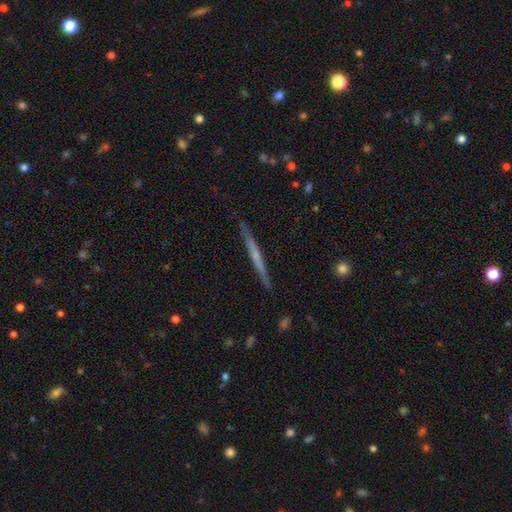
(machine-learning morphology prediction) type=featured or disk (62%); edge-on=yes (97%); edge-on bulge=none (65%); merging=none (89%).